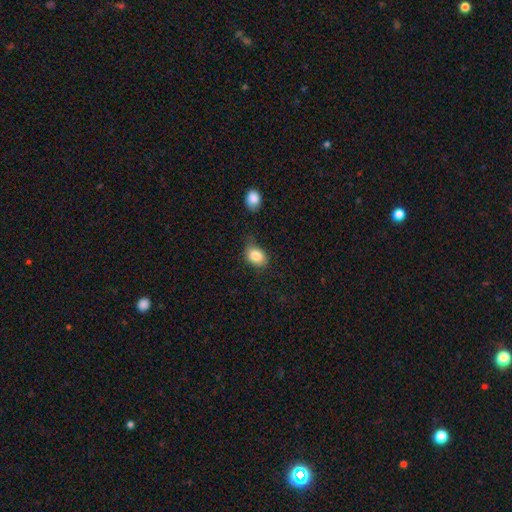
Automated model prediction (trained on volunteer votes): Smooth or featured? Predicted: smooth (p=0.85). How rounded? Predicted: in between (p=0.65). Merging? Predicted: none (p=0.61).